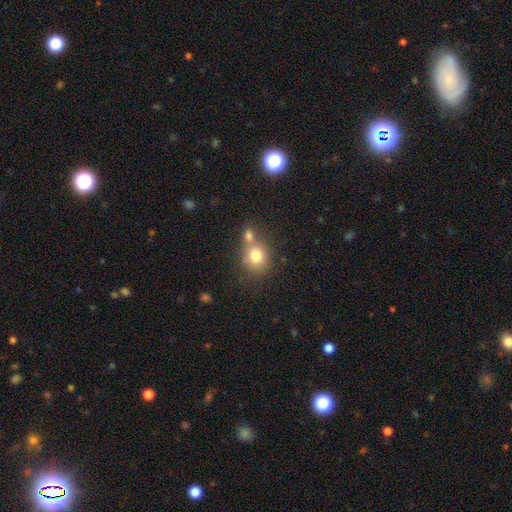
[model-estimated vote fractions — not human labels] Q: Smooth or featured?
A: smooth (77%); runner-up: featured or disk (13%)
Q: How rounded?
A: round (75%); runner-up: in between (24%)
Q: Merging?
A: none (47%); runner-up: merger (37%)